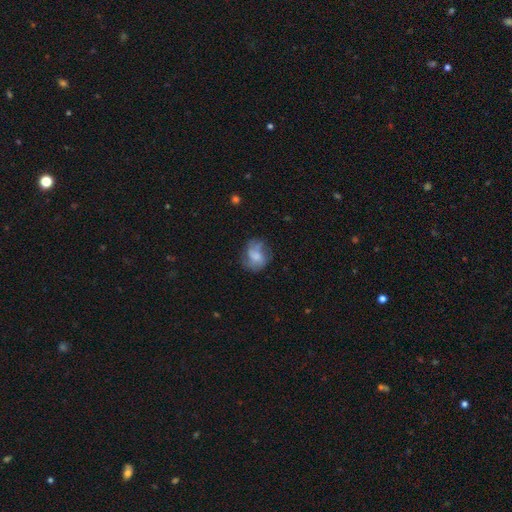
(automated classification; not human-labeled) The model was most divided on "smooth or featured": smooth: 49%, featured or disk: 41%, star or artifact: 10%. More confident: merging — none (58%).